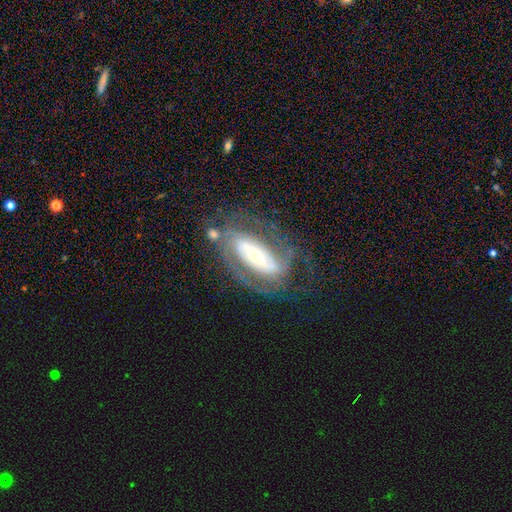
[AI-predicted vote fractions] A featured or disk galaxy (80%) with a strong bar (49%), 2 (65%) tight (48%) spiral arms (85%) and a small central bulge (49%). Merging: none (63%).